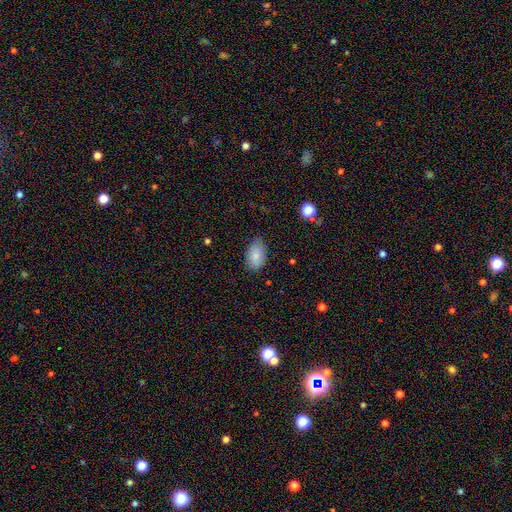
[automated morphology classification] Overall: smooth (84%). How rounded: in between (92%). Merging: none (79%).